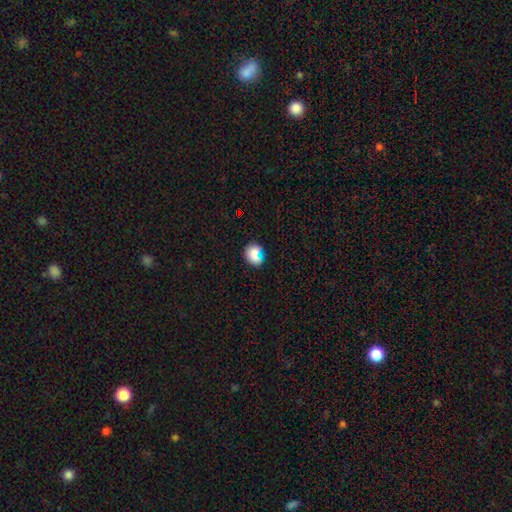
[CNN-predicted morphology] This appears to be a smooth galaxy with no disk features (78%) that is round (72%). Merging: none (76%).